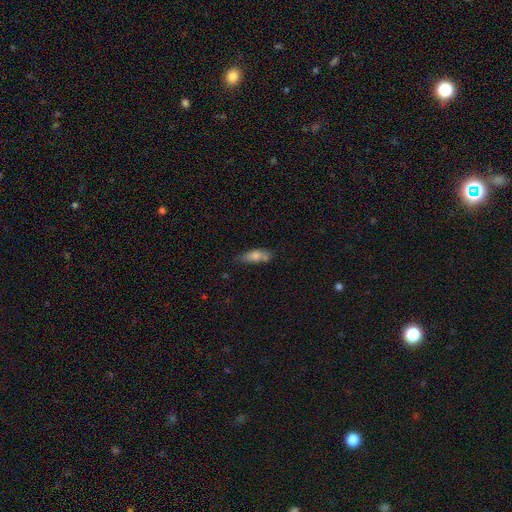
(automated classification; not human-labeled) A smooth galaxy with no disk features (72%) that is in between round and cigar-shaped (68%). Merging: none (57%).